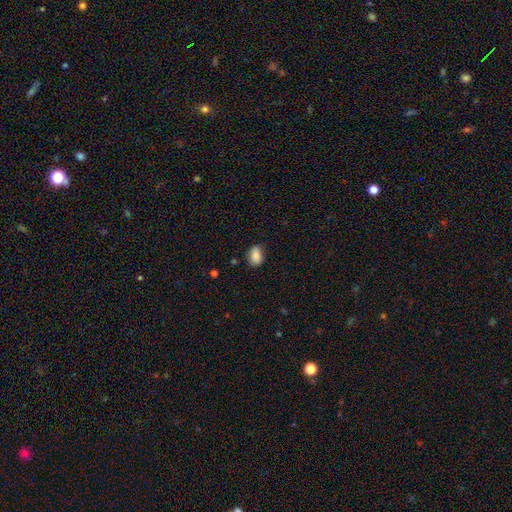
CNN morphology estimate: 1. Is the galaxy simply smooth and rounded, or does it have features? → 84% smooth, 8% featured or disk, 8% star or artifact.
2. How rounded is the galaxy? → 76% in between, 22% round, 1% cigar-shaped.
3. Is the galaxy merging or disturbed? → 73% none, 22% minor disturbance, 3% major disturbance, 2% merger.